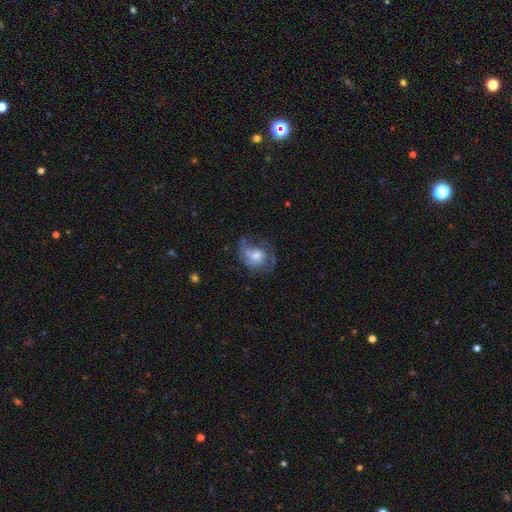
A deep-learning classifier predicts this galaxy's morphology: Smooth or featured? featured or disk (62%)
Edge-on disk? no (97%)
Bar? no (72%)
Spiral arms? yes (79%)
Bulge size? moderate (45%)
Merging? none (47%)